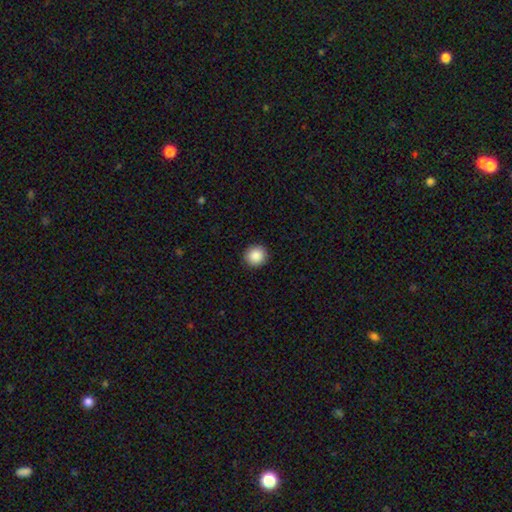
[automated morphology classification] This is clearly a smooth galaxy (88%). How rounded: clearly round (92%). Merging: clearly none (93%).